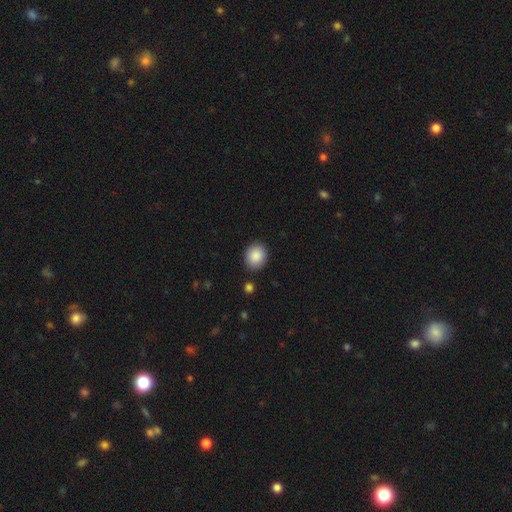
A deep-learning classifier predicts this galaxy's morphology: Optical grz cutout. It shows a smooth galaxy with no disk features (89%) that is round (62%). Merging: none (87%).